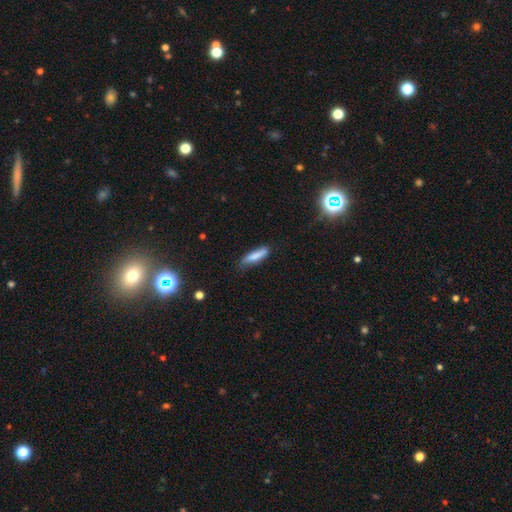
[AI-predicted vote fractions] Morphology: type=smooth (81%); roundness=cigar-shaped (72%); merging=none (66%).